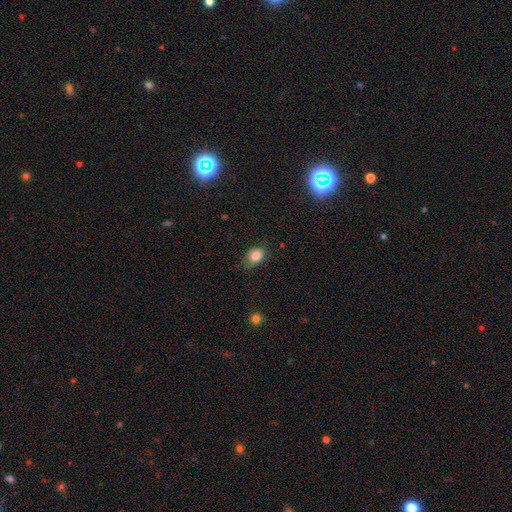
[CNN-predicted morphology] smooth-or-featured: smooth: 84% | star or artifact: 9% | featured or disk: 7%
  how-rounded: in between: 74% | round: 25% | cigar-shaped: 1%
  merging: none: 65% | minor disturbance: 27% | major disturbance: 7% | merger: 1%